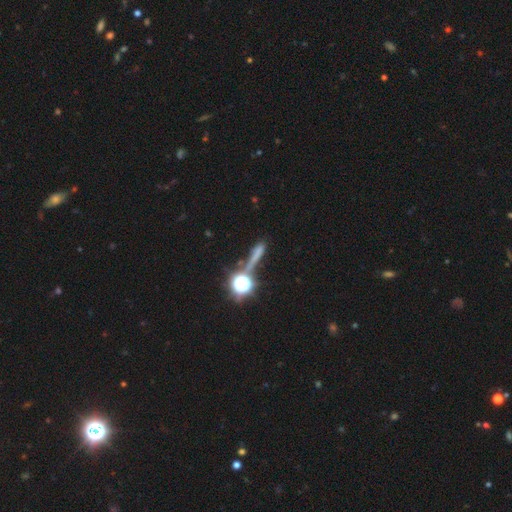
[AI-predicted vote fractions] Overall: smooth (48%; star or artifact 36%). Merging: none (58%).